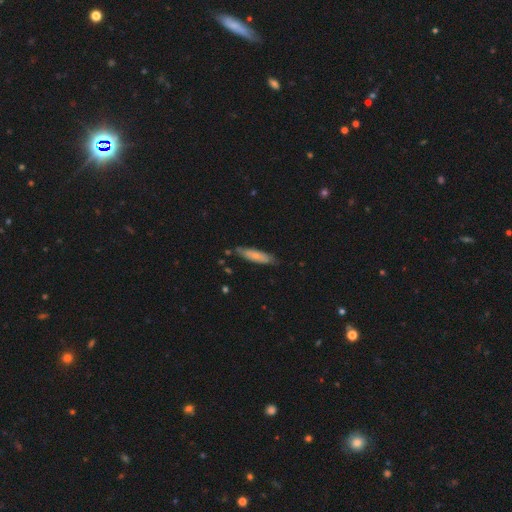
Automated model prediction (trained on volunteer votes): Q: Smooth or featured?
A: smooth (67%); runner-up: featured or disk (28%)
Q: How rounded?
A: cigar-shaped (73%); runner-up: in between (25%)
Q: Merging?
A: none (77%); runner-up: minor disturbance (18%)